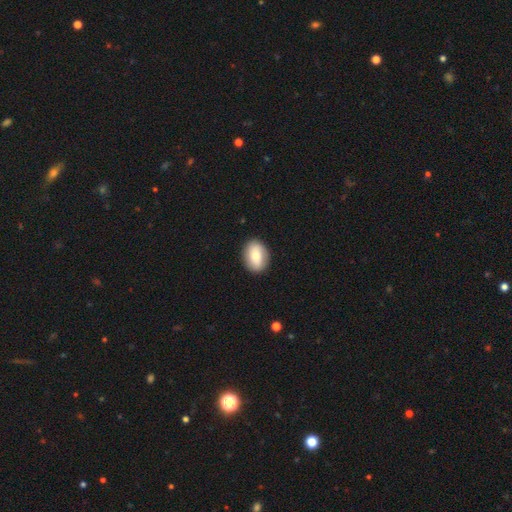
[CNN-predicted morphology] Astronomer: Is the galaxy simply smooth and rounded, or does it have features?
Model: smooth — 73%.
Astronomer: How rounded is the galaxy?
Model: in between — 73%.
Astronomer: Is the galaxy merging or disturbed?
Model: none — 89%.